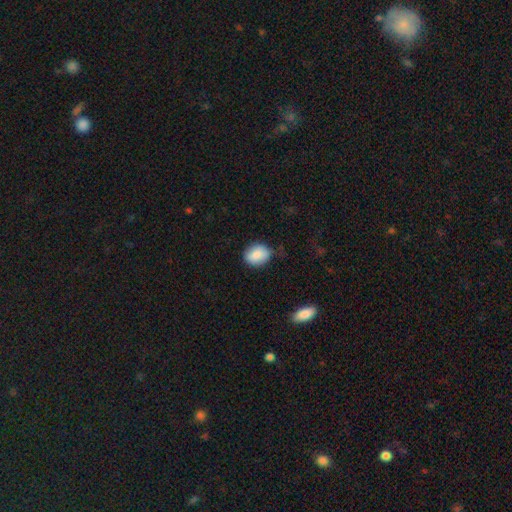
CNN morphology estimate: smooth 86%, star or artifact 7%, featured or disk 7%. Down the decision tree: how rounded — round (54%); merging — none (78%).